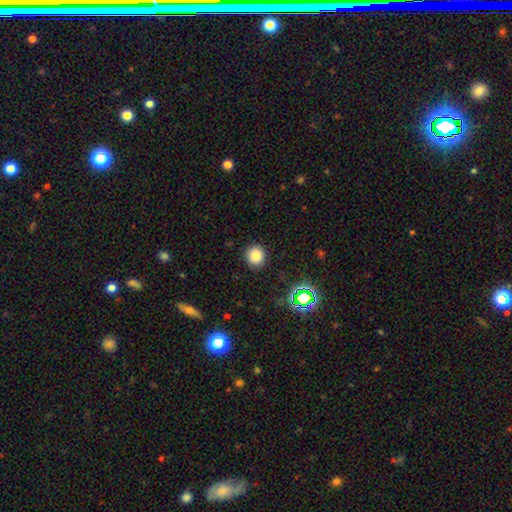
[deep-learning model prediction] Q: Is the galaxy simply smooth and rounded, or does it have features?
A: smooth — 81%.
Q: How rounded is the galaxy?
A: round — 90%.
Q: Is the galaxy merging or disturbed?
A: none — 90%.